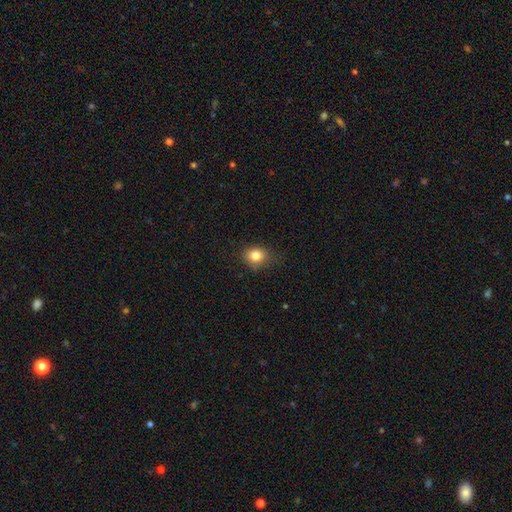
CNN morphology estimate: A smooth galaxy with no disk features (82%) that is round (59%).

Vote fractions:
- Smooth or featured? smooth: 82% / star or artifact: 11% / featured or disk: 7%
- How rounded? round: 59% / in between: 40% / cigar-shaped: 1%
- Merging? none: 73% / minor disturbance: 21% / major disturbance: 5% / merger: 1%